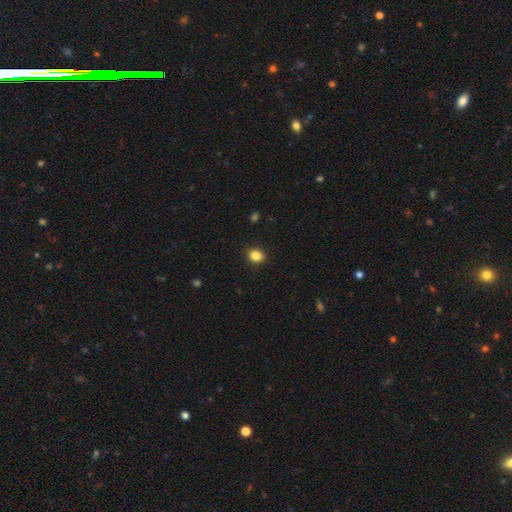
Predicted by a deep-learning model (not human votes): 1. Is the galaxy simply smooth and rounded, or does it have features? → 86% smooth, 10% star or artifact, 4% featured or disk.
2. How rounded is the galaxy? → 59% round, 41% in between, 1% cigar-shaped.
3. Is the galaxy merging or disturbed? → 91% none, 6% minor disturbance, 2% major disturbance, 1% merger.